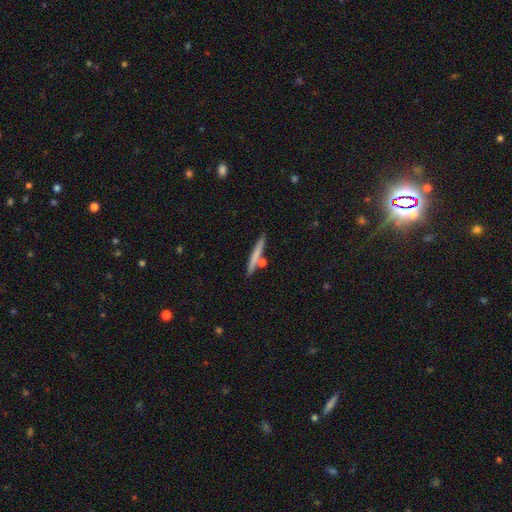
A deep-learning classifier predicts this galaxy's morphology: smooth_or_featured: smooth (p=0.64) [alt: featured or disk p=0.30]
how_rounded: cigar-shaped (p=0.94) [alt: in between p=0.04]
merging: none (p=0.77) [alt: merger p=0.11]